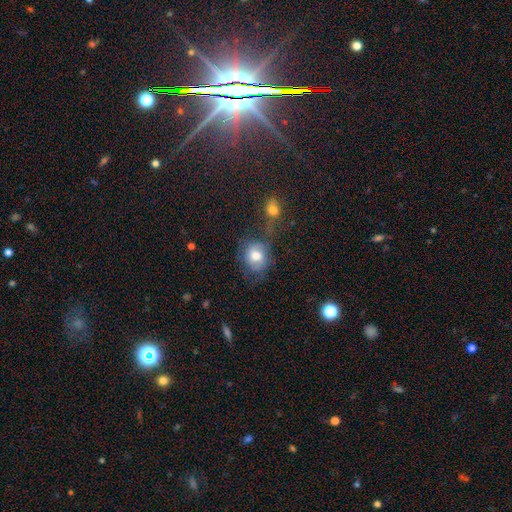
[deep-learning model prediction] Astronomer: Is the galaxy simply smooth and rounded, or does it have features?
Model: smooth — 67%.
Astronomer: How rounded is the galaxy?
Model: round — 63%.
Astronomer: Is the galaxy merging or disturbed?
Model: none — 47% (runner-up: minor disturbance, 24%).